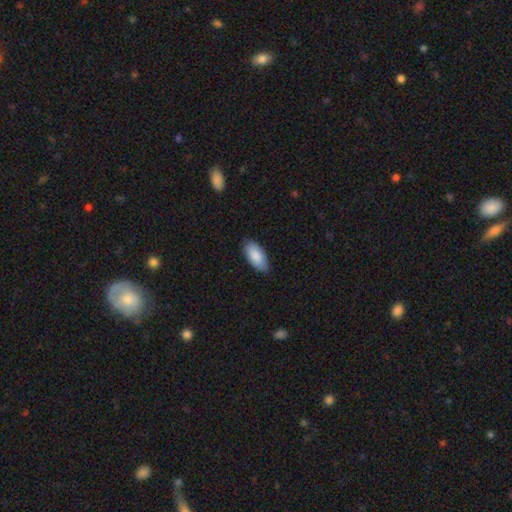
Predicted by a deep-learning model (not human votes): The model was most divided on "merging": none: 80%, minor disturbance: 16%, major disturbance: 2%, merger: 1%. More confident: how rounded — in between (92%); smooth or featured — smooth (88%).